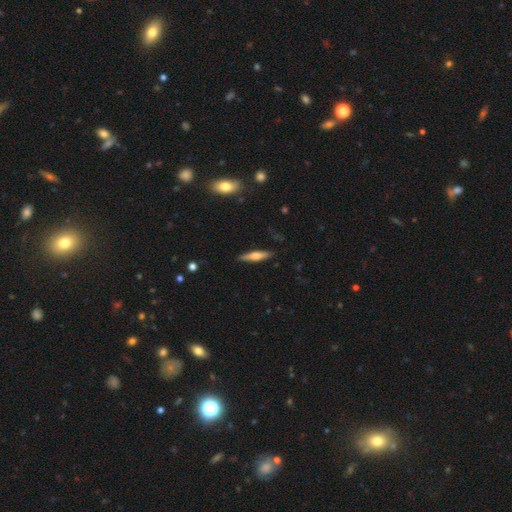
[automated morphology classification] type=smooth (48%); merging=none (86%).